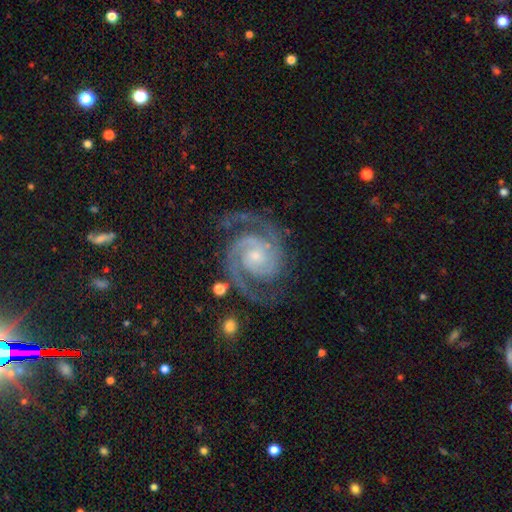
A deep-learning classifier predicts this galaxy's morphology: smooth-or-featured: featured or disk: 93% | star or artifact: 4% | smooth: 2%
  disk-edge-on: no: 98% | yes: 2%
    bar: no: 66% | weak: 26% | strong: 8%
    has-spiral-arms: yes: 99% | no: 1%
      spiral-winding: tight: 55% | medium: 41% | loose: 4%
      spiral-arm-count: 2: 90% | 3: 5% | can't tell: 2% | 4: 1% | 1: 1% | more than 4: 1%
    bulge-size: small: 63% | moderate: 30% | none: 4% | large: 2% | dominant: 1%
  merging: none: 79% | minor disturbance: 13% | major disturbance: 6% | merger: 2%